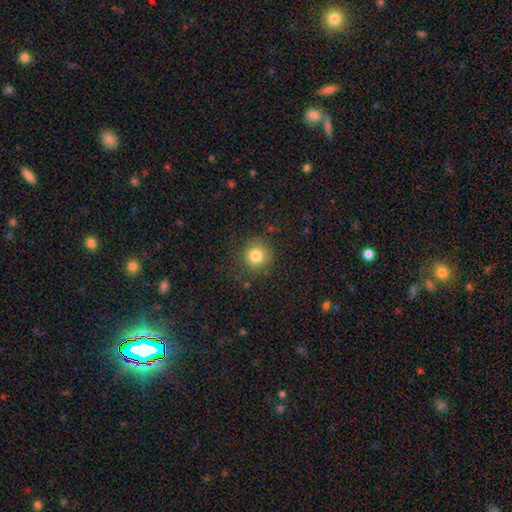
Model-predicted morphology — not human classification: Smooth or featured: smooth — 81% (star or artifact — 12%)
How rounded: round — 92% (in between — 7%)
Merging: none — 82% (minor disturbance — 12%)